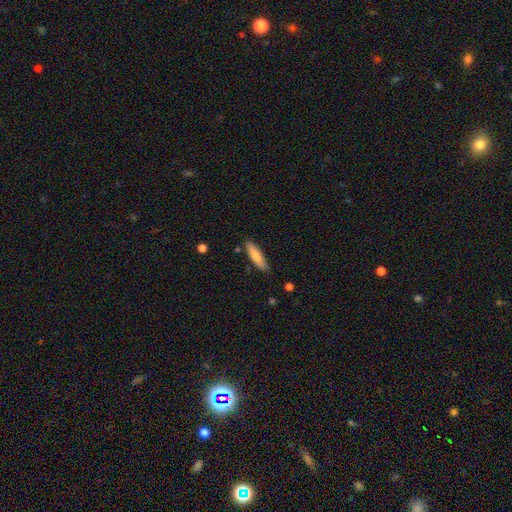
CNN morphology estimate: This appears to be a smooth galaxy with no disk features (79%) that is cigar-shaped (71%). Merging: none (85%).